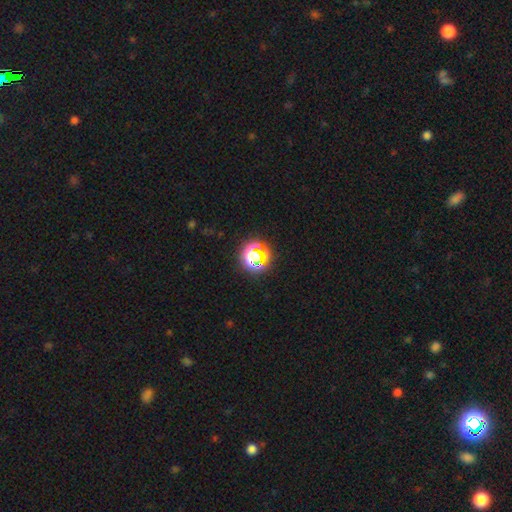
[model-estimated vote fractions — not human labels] Overall: star or artifact (58%; smooth 32%).